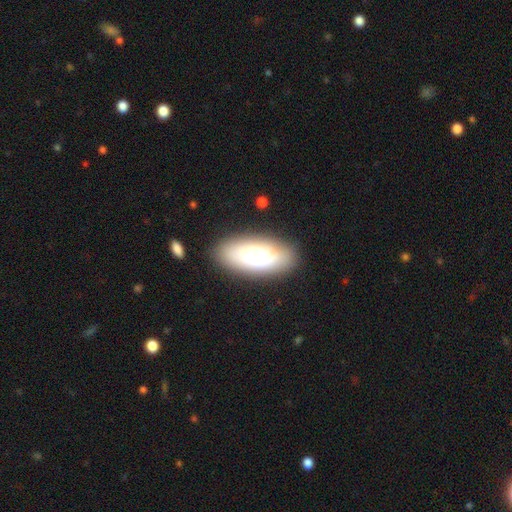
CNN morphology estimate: Smooth or featured: smooth — 73% (featured or disk — 19%)
How rounded: in between — 86% (cigar-shaped — 11%)
Merging: none — 79% (minor disturbance — 14%)